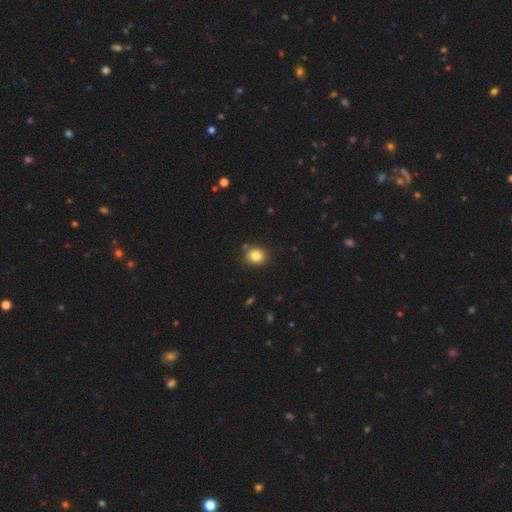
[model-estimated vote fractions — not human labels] smooth_or_featured: smooth (p=0.83) [alt: star or artifact p=0.11]
how_rounded: round (p=0.78) [alt: in between p=0.21]
merging: none (p=0.85) [alt: minor disturbance p=0.09]